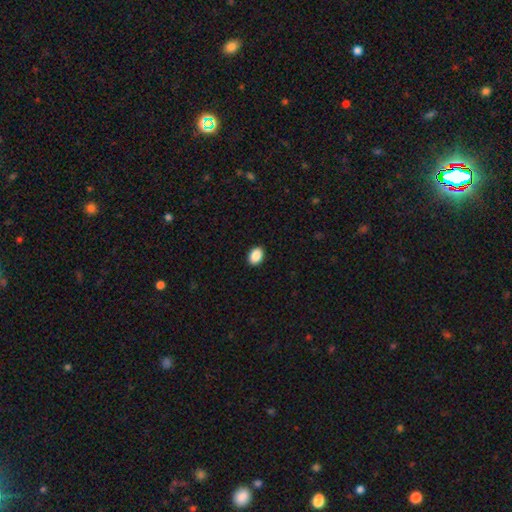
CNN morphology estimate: smooth_or_featured: smooth (p=0.89) [alt: star or artifact p=0.08]
how_rounded: in between (p=0.77) [alt: round p=0.22]
merging: none (p=0.91) [alt: minor disturbance p=0.06]